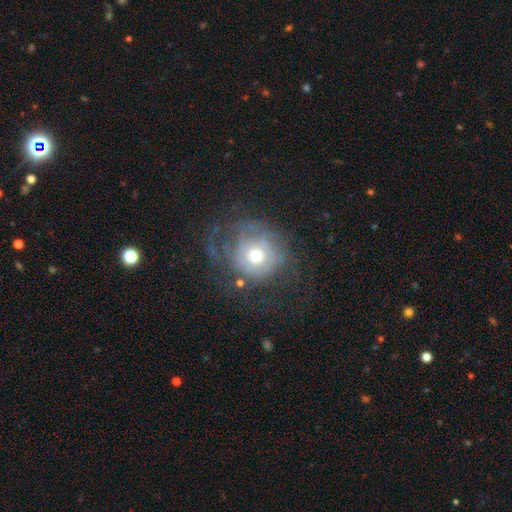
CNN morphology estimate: type=featured or disk (60%); edge-on=no (96%); bar=no (84%); spiral arms=yes (66%); bulge=moderate (69%); merging=none (54%).